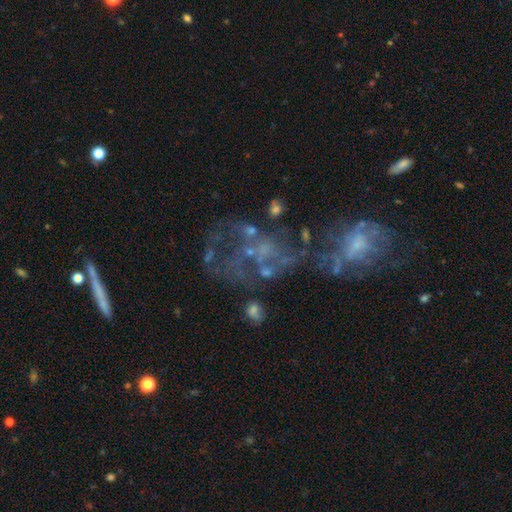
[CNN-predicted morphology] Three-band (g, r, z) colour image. It shows a featured or disk galaxy (63%) with no bar (85%), no spiral arms (74%) and no central bulge (67%). Merging: major disturbance (30%).